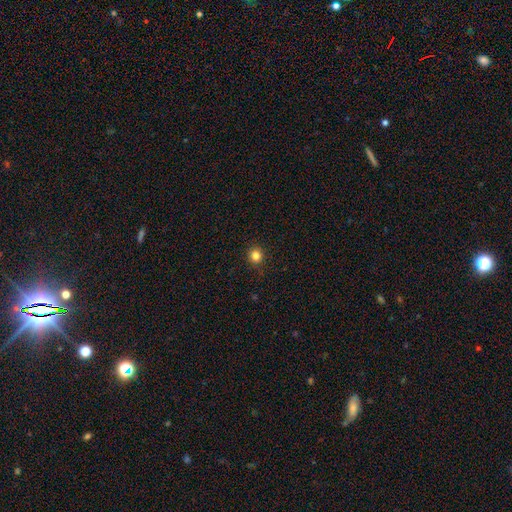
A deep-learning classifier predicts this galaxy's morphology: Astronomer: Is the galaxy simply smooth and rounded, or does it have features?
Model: smooth — 83%.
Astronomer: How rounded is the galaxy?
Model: round — 92%.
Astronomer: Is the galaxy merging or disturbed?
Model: none — 92%.